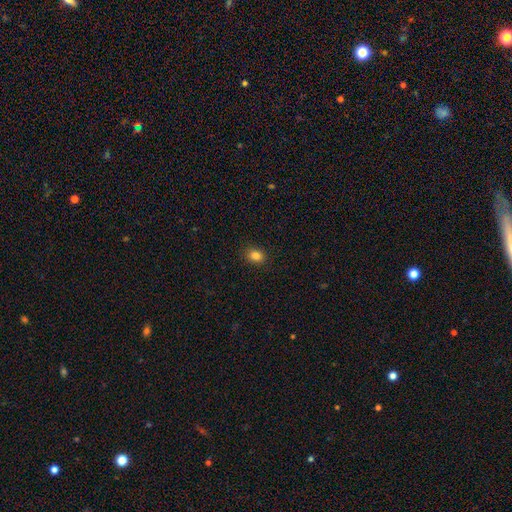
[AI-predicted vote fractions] smooth-or-featured: smooth: 83% | star or artifact: 12% | featured or disk: 5%
  how-rounded: round: 50% | in between: 49% | cigar-shaped: 1%
  merging: none: 89% | minor disturbance: 8% | major disturbance: 2% | merger: 1%